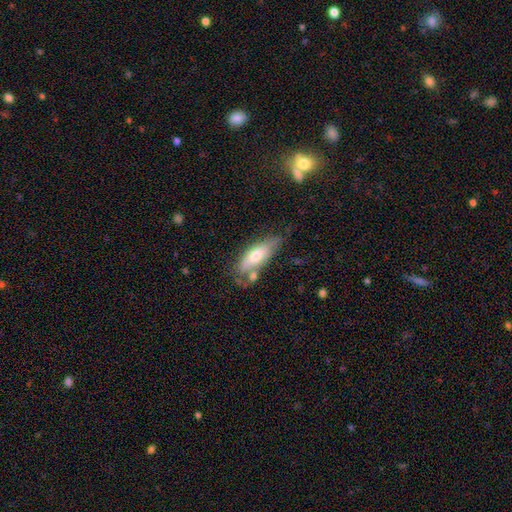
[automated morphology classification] Smooth or featured? Predicted: smooth (p=0.62). How rounded? Predicted: in between (p=0.65). Merging? Predicted: none (p=0.59).